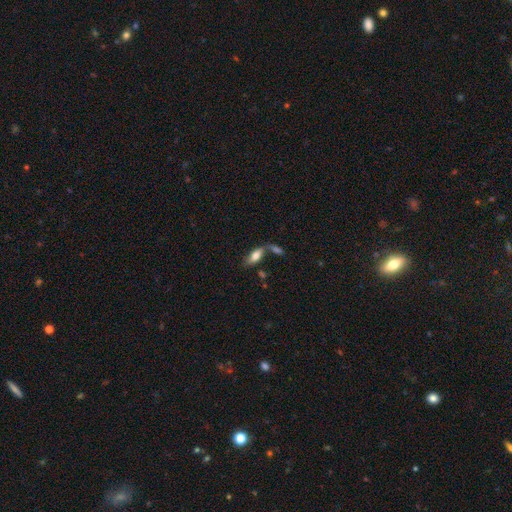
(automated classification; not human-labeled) Overall: smooth (68%). How rounded: in between (76%). Merging: none (52%; merger 28%).